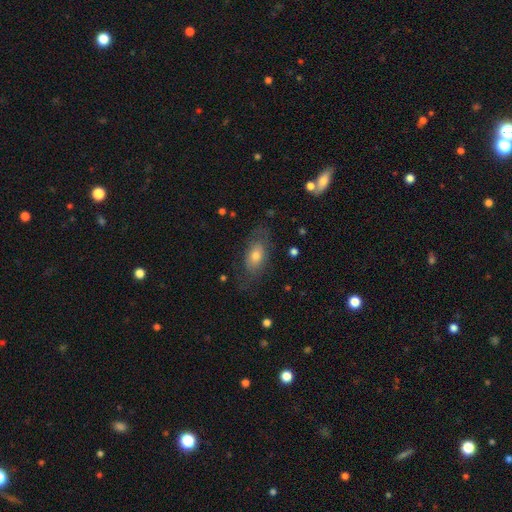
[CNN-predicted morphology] smooth_or_featured: smooth (p=0.54) [alt: featured or disk p=0.36]
how_rounded: in between (p=0.86) [alt: round p=0.08]
merging: none (p=0.67) [alt: minor disturbance p=0.20]